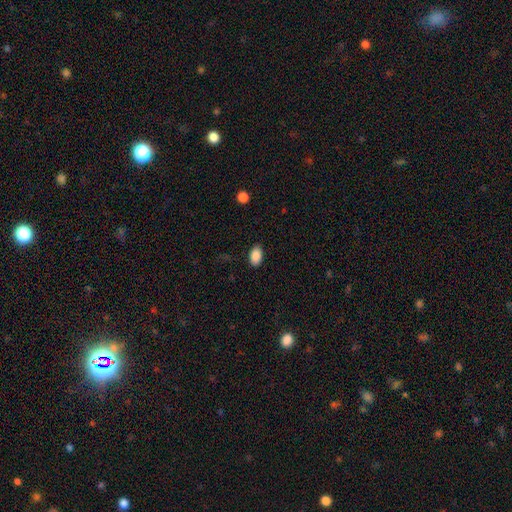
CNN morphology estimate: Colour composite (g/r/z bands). It shows a smooth galaxy with no disk features (89%) that is in between round and cigar-shaped (91%). Merging: none (88%).